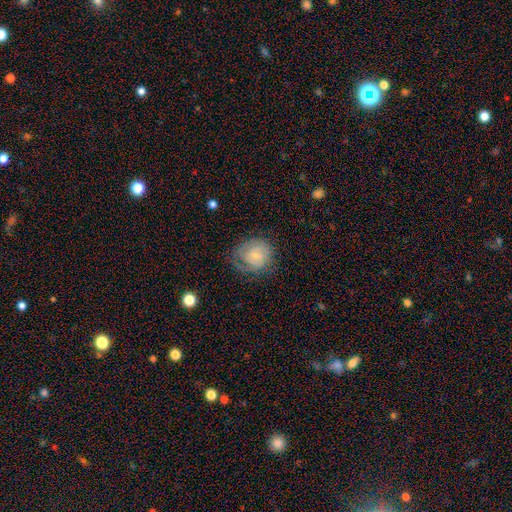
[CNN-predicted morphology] Q: Smooth or featured?
A: featured or disk (56%); runner-up: smooth (36%)
Q: Edge-on disk?
A: no (98%); runner-up: yes (2%)
Q: Bar?
A: no (57%); runner-up: weak (37%)
Q: Spiral arms?
A: yes (84%); runner-up: no (16%)
Q: Bulge size?
A: small (68%); runner-up: moderate (21%)
Q: Merging?
A: none (57%); runner-up: minor disturbance (24%)